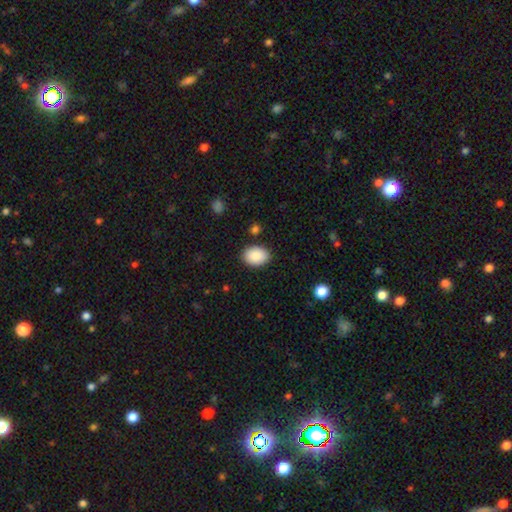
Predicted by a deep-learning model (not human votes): This is clearly a smooth galaxy (90%). How rounded: likely in between (77%). Merging: clearly none (87%).